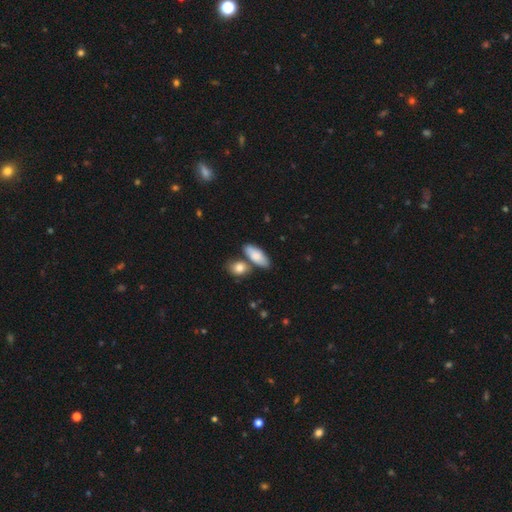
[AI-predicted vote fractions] The model was most divided on "merging": none: 62%, merger: 21%, minor disturbance: 14%, major disturbance: 4%. More confident: how rounded — in between (82%); smooth or featured — smooth (81%).